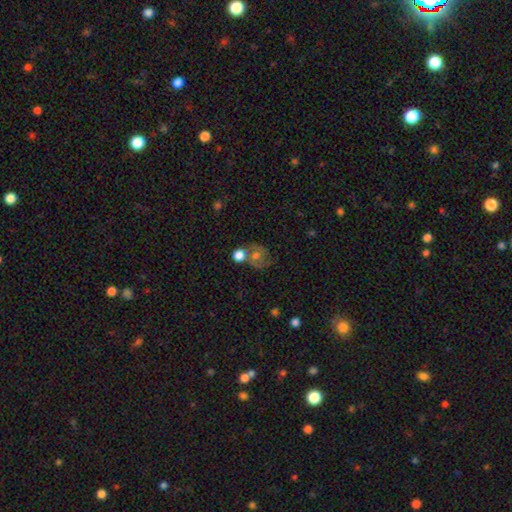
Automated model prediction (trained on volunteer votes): A featured or disk galaxy (46%). Merging: none (50%).